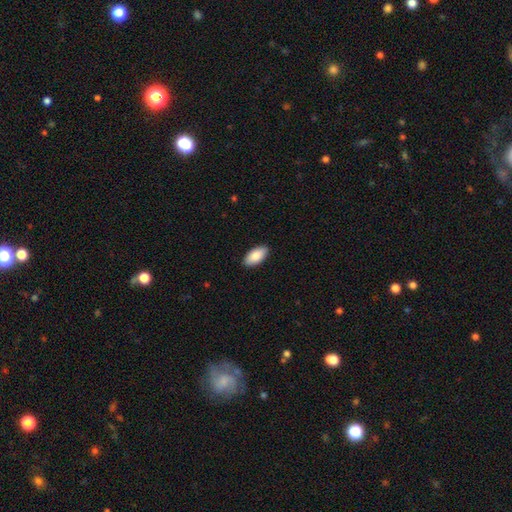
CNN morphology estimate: Overall: smooth (88%). How rounded: in between (94%). Merging: none (90%).